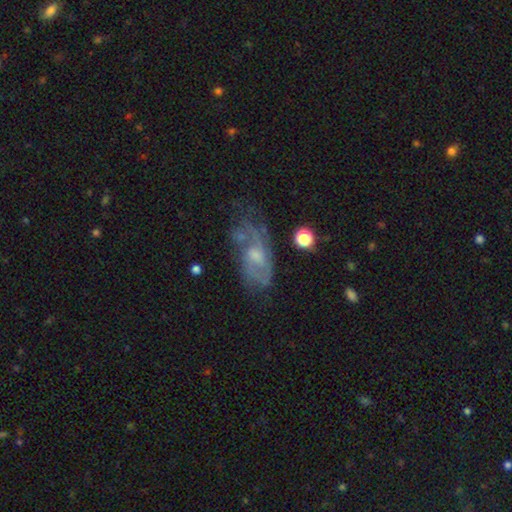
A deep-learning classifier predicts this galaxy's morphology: Smooth or featured? featured or disk (68%)
Edge-on disk? no (93%)
Bar? no (58%)
Spiral arms? yes (75%)
Bulge size? moderate (45%)
Merging? none (47%)